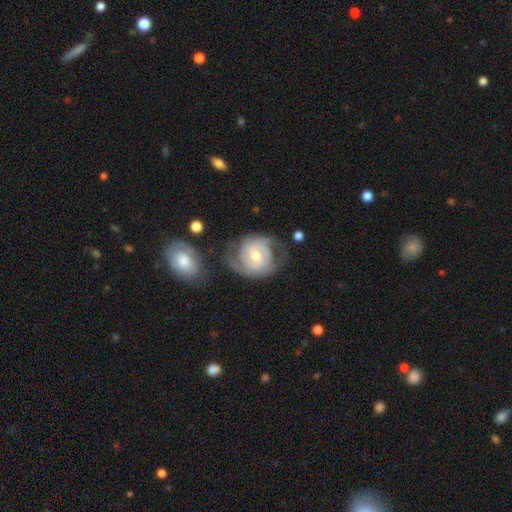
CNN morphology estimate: smooth-or-featured: featured or disk: 81% | smooth: 14% | star or artifact: 5%
  disk-edge-on: no: 97% | yes: 3%
    bar: no: 52% | weak: 39% | strong: 10%
    has-spiral-arms: yes: 92% | no: 8%
      spiral-winding: tight: 52% | medium: 37% | loose: 11%
      spiral-arm-count: 2: 70% | can't tell: 15% | 3: 8% | 1: 3% | 4: 2% | more than 4: 2%
    bulge-size: moderate: 64% | small: 30% | large: 4% | none: 1% | dominant: 1%
  merging: none: 60% | minor disturbance: 21% | major disturbance: 13% | merger: 6%